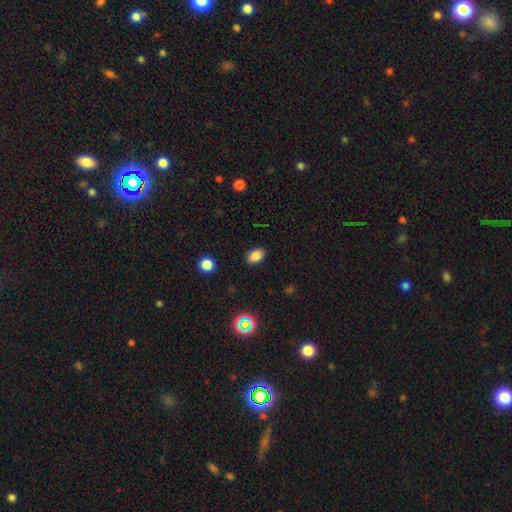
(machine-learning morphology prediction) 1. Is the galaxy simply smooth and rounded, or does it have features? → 82% smooth, 12% star or artifact, 6% featured or disk.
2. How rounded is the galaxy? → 82% in between, 16% round, 1% cigar-shaped.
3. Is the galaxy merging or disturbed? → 88% none, 9% minor disturbance, 2% major disturbance, 1% merger.